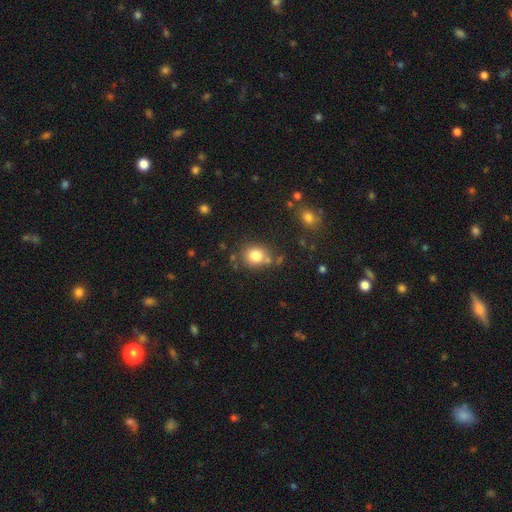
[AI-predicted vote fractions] A smooth galaxy with no disk features (80%) that is round (74%). Merging: none (70%).